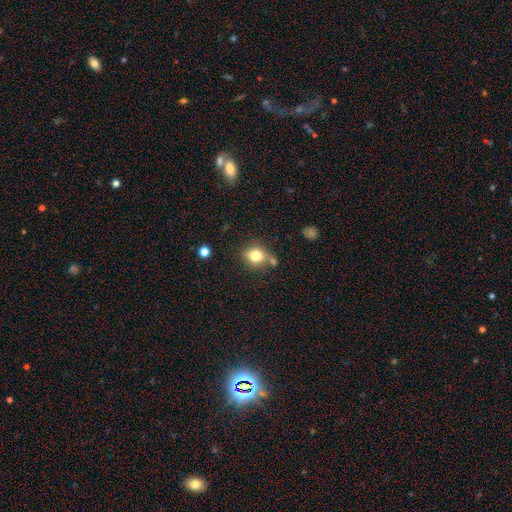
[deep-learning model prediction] smooth_or_featured: smooth (p=0.79) [alt: star or artifact p=0.11]
how_rounded: round (p=0.67) [alt: in between p=0.32]
merging: none (p=0.67) [alt: minor disturbance p=0.15]